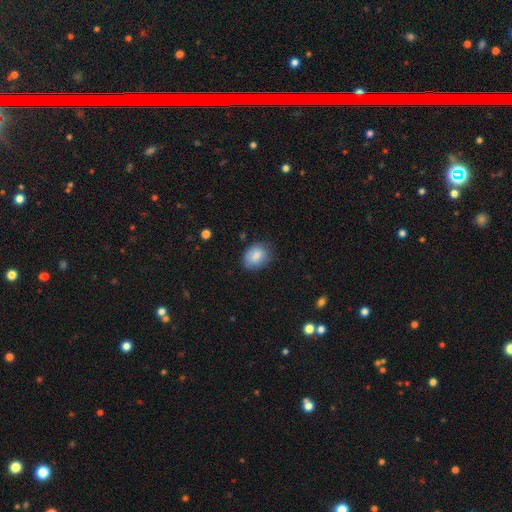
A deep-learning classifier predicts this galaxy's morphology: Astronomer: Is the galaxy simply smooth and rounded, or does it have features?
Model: smooth — 84%.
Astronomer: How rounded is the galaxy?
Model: in between — 66%.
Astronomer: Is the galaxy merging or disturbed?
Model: none — 74%.